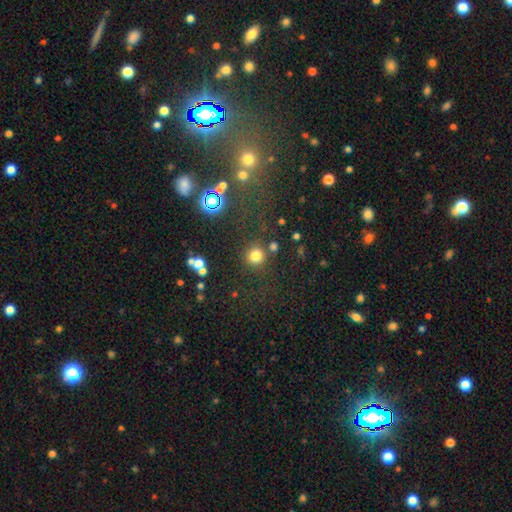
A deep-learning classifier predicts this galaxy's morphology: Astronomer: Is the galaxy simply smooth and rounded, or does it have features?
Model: smooth — 78%.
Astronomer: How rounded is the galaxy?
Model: round — 92%.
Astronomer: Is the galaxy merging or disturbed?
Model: none — 79%.